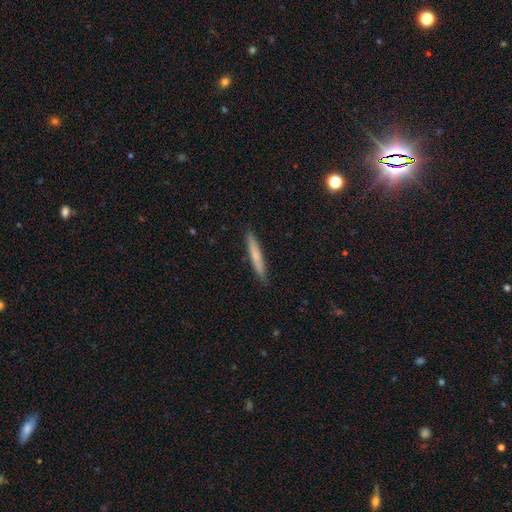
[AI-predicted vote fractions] Smooth or featured? Predicted: smooth (p=0.68). How rounded? Predicted: cigar-shaped (p=0.95). Merging? Predicted: none (p=0.90).